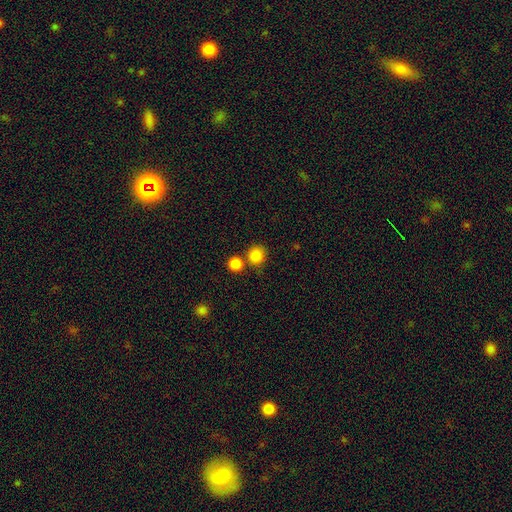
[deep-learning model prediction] A smooth galaxy with no disk features (85%) that is round (90%).

Vote fractions:
- Smooth or featured? smooth: 85% / star or artifact: 11% / featured or disk: 4%
- How rounded? round: 90% / in between: 9% / cigar-shaped: 1%
- Merging? none: 67% / merger: 22% / minor disturbance: 8% / major disturbance: 3%